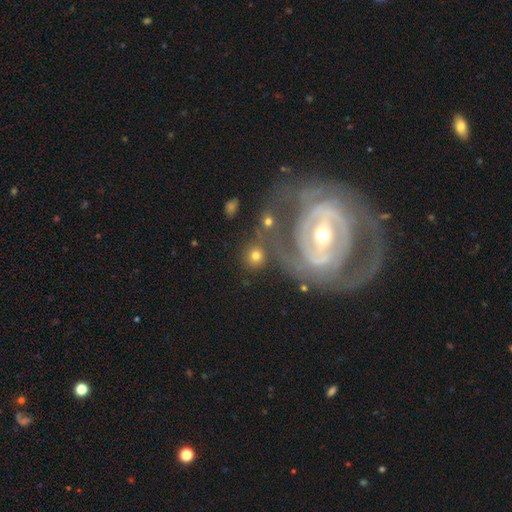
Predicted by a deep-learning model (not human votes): Smooth or featured: smooth — 54% (featured or disk — 36%)
How rounded: round — 80% (in between — 19%)
Merging: none — 66% (minor disturbance — 13%)